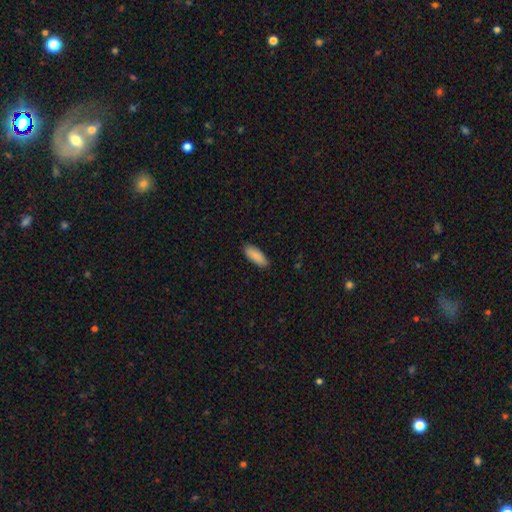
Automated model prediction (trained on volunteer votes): This is clearly a smooth galaxy (89%). How rounded: likely in between (70%). Merging: clearly none (87%).